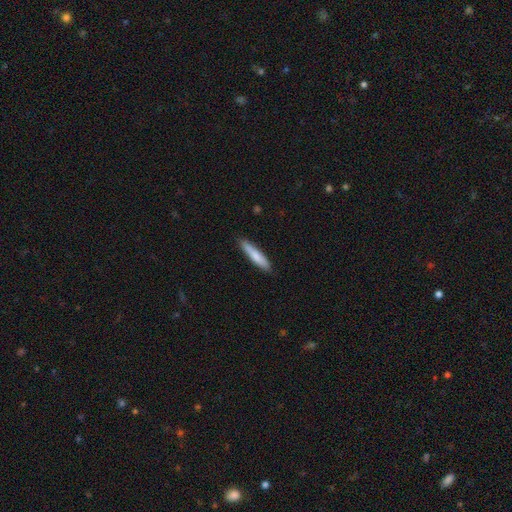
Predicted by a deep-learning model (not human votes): This appears to be a smooth galaxy with no disk features (76%) that is cigar-shaped (87%). Merging: none (86%).